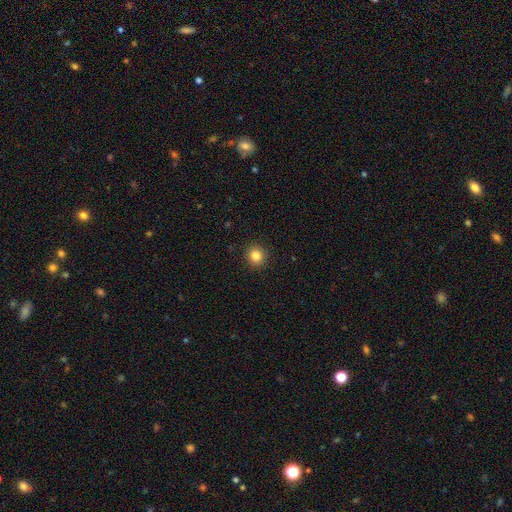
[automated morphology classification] This appears to be a smooth galaxy with no disk features (84%) that is round (91%). Merging: none (93%).